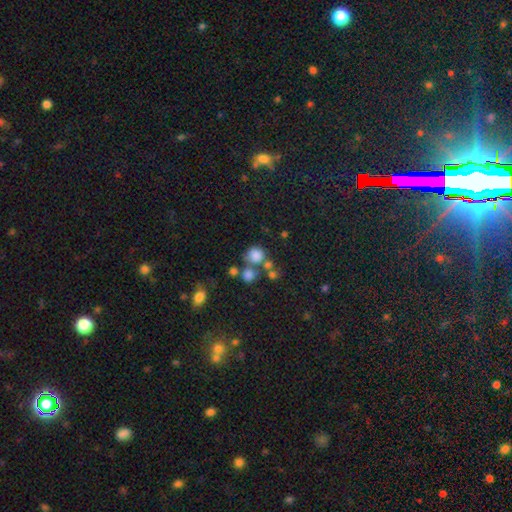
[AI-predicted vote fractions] This is likely a smooth galaxy (77%). How rounded: clearly round (84%). Merging: possibly none (52%).